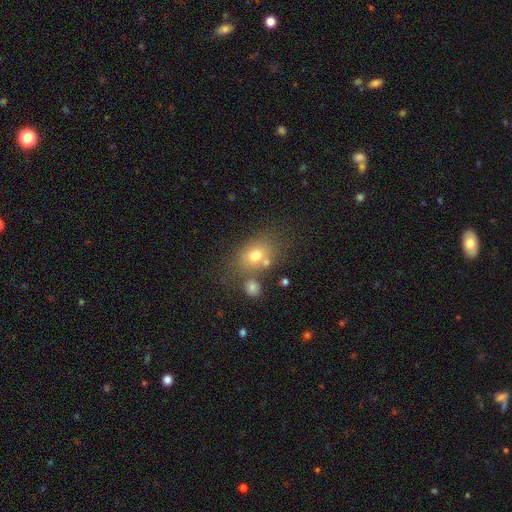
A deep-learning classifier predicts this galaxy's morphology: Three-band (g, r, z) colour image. It shows a smooth galaxy with no disk features (70%) that is in between round and cigar-shaped (63%). Merging: none (61%).